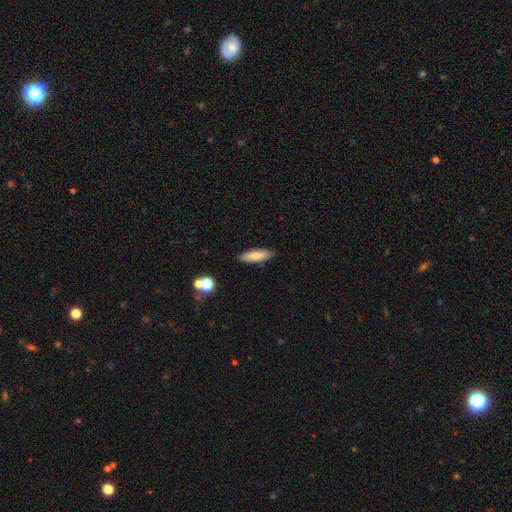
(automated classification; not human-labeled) A smooth galaxy with no disk features (81%) that is cigar-shaped (58%). Merging: none (88%).